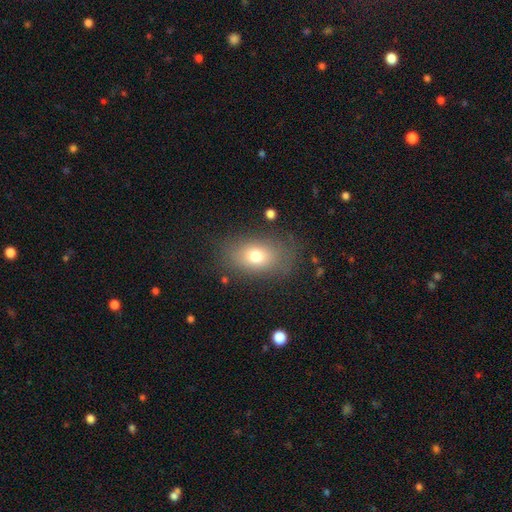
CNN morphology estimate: type=smooth (72%); roundness=in between (77%); merging=none (77%).